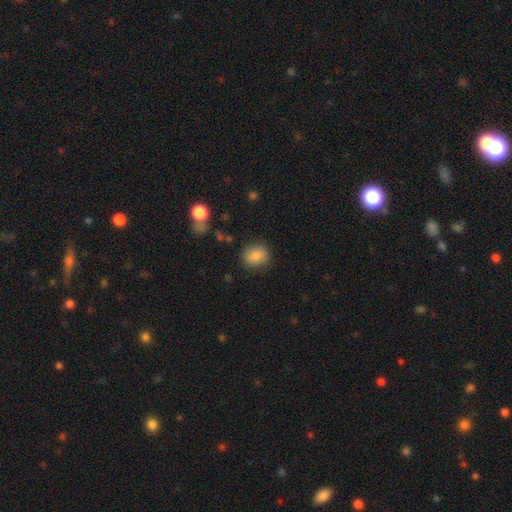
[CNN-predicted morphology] The model was most divided on "how rounded": round: 70%, in between: 29%, cigar-shaped: 1%. More confident: smooth or featured — smooth (85%); merging — none (84%).